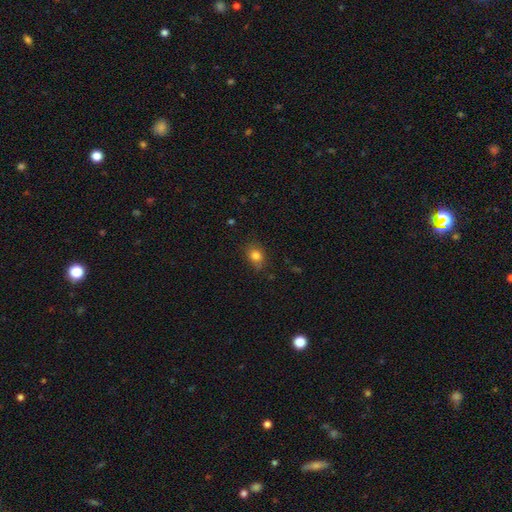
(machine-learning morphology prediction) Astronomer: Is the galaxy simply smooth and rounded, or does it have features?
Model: smooth — 82%.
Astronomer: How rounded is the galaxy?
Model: round — 51% (runner-up: in between, 48%).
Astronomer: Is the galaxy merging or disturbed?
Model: none — 75%.